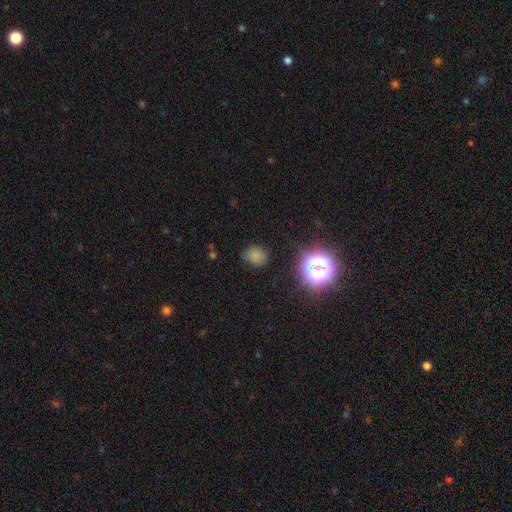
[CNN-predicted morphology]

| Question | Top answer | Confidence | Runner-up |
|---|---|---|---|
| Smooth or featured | smooth | 71% | star or artifact (23%) |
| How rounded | round | 58% | in between (41%) |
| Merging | none | 80% | minor disturbance (14%) |